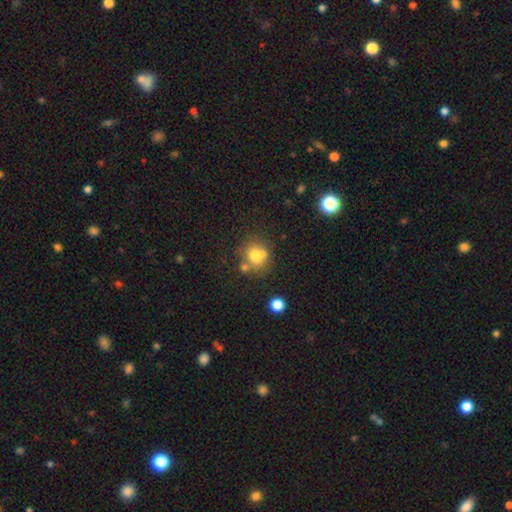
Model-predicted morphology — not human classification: Smooth or featured?
  - smooth: 68% *
  - featured or disk: 18%
  - star or artifact: 14%
How rounded?
  - round: 78% *
  - in between: 21%
  - cigar-shaped: 1%
Merging?
  - none: 50% *
  - merger: 27%
  - minor disturbance: 15%
  - major disturbance: 7%